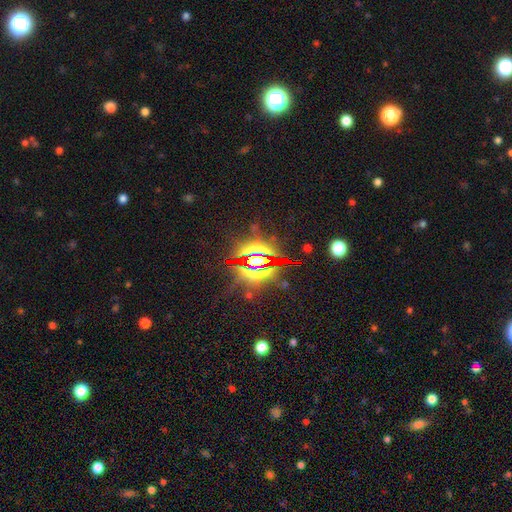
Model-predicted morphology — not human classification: Smooth or featured? star or artifact (83%)